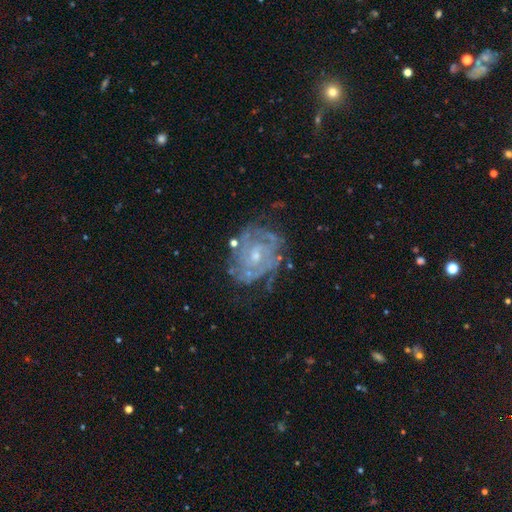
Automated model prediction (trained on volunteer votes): This appears to be a featured or disk galaxy (82%) with no bar (63%), tight (64%) spiral arms (81%) and a small central bulge (60%). Merging: none (62%).